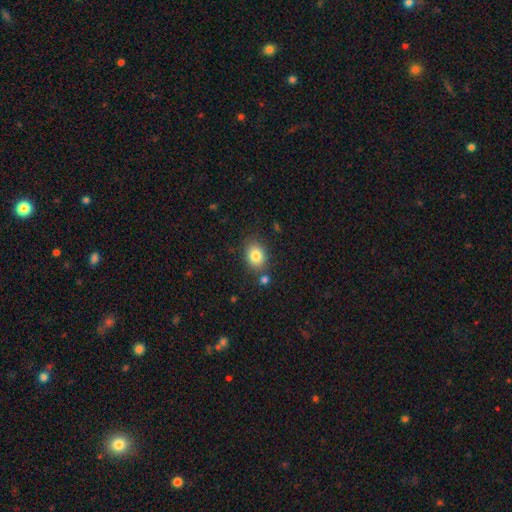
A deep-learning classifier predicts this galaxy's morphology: smooth 83%, star or artifact 9%, featured or disk 8%. Down the decision tree: how rounded — in between (54%); merging — none (78%).